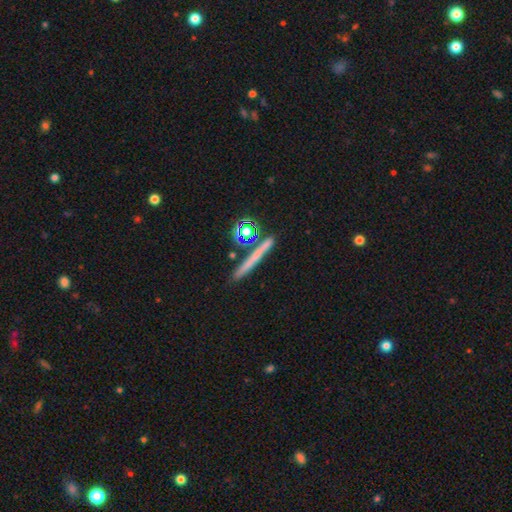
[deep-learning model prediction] A smooth galaxy with no disk features (49%). Merging: none (81%).